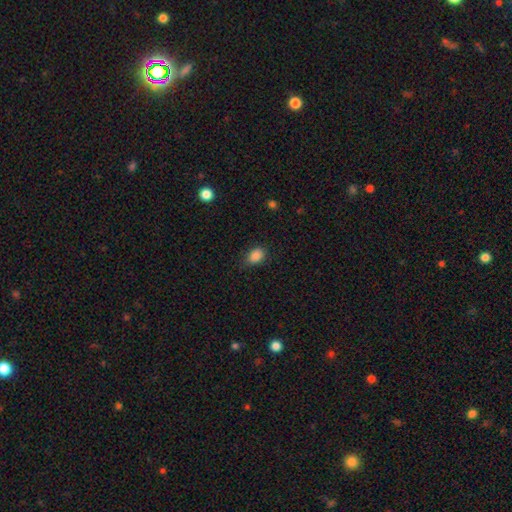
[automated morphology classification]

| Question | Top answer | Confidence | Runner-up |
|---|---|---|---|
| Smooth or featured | smooth | 87% | star or artifact (10%) |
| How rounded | in between | 74% | round (25%) |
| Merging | none | 78% | minor disturbance (17%) |